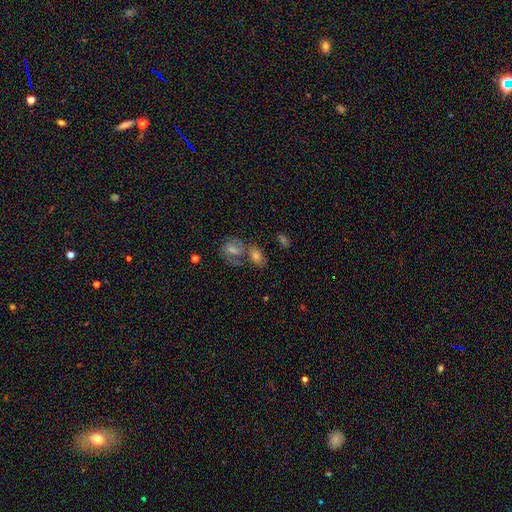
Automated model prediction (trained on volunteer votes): A smooth galaxy with no disk features (44%). Merging: none (43%).